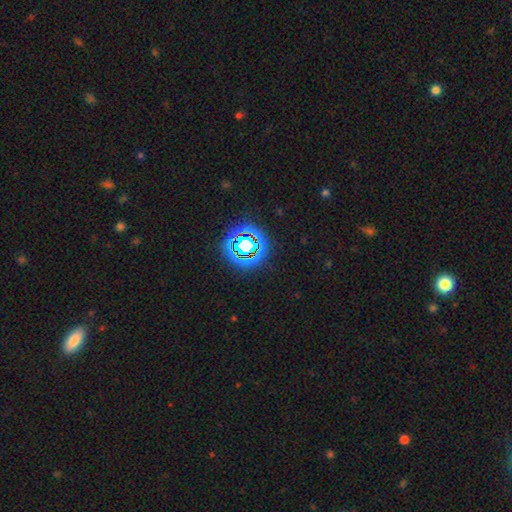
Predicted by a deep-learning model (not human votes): This appears to be a star or artifact, not a galaxy (74%).